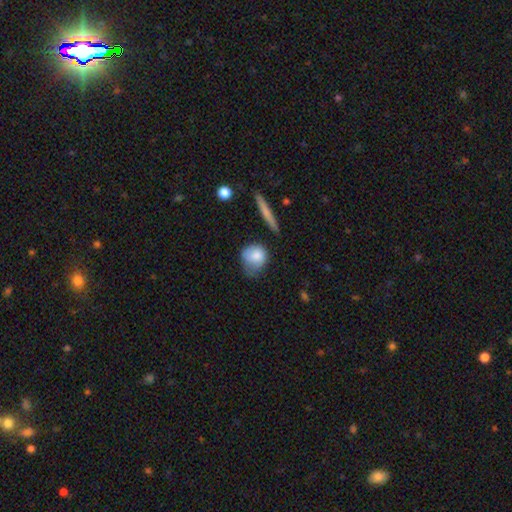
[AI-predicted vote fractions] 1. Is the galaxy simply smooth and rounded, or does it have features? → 79% smooth, 14% featured or disk, 7% star or artifact.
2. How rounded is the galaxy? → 67% round, 30% in between, 2% cigar-shaped.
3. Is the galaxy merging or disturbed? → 43% none, 38% minor disturbance, 15% major disturbance, 3% merger.